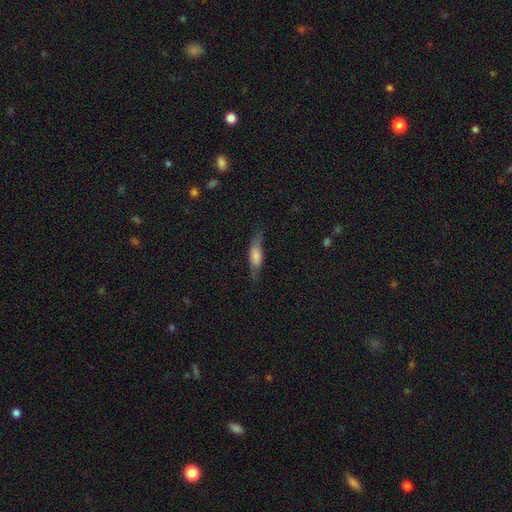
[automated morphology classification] type=smooth (68%); roundness=in between (56%); merging=none (63%).